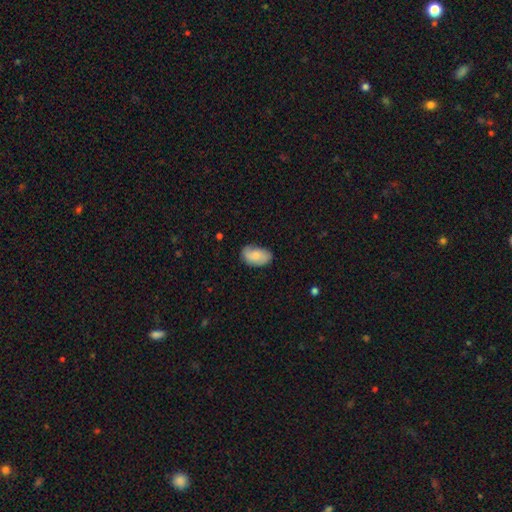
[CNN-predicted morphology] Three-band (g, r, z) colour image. It shows a smooth galaxy with no disk features (71%) that is in between round and cigar-shaped (92%). Merging: none (72%).